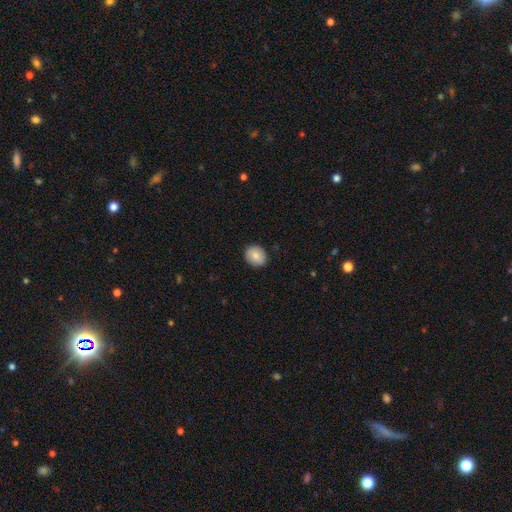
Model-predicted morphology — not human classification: smooth_or_featured: smooth (p=0.80) [alt: featured or disk p=0.12]
how_rounded: round (p=0.68) [alt: in between p=0.31]
merging: none (p=0.88) [alt: minor disturbance p=0.09]